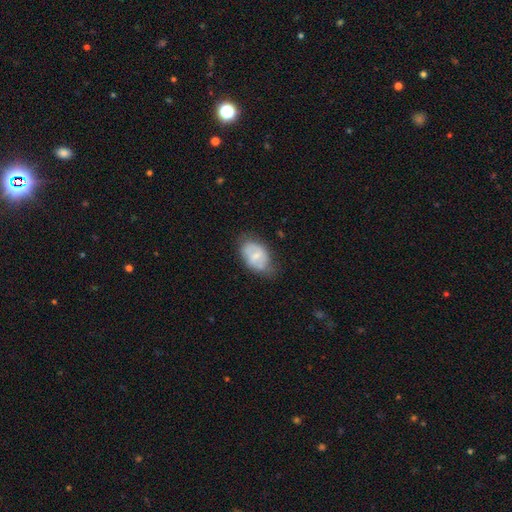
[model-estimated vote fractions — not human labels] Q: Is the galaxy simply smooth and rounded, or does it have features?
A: smooth — 54%.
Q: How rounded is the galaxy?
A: in between — 85%.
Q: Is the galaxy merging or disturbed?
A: none — 56%.